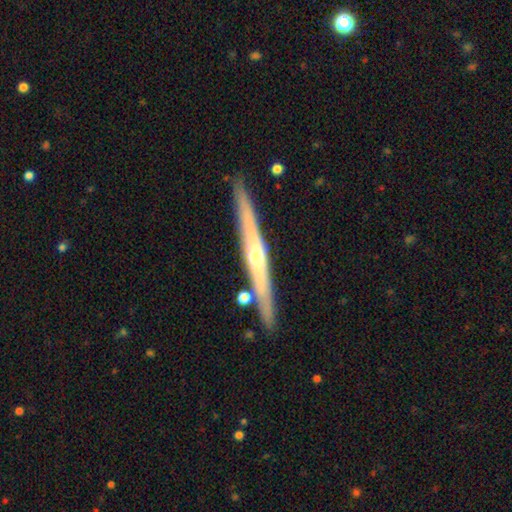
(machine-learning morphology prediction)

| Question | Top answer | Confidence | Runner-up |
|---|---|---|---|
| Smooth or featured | featured or disk | 73% | smooth (22%) |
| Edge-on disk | yes | 97% | no (3%) |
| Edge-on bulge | rounded | 79% | none (17%) |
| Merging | none | 88% | minor disturbance (8%) |